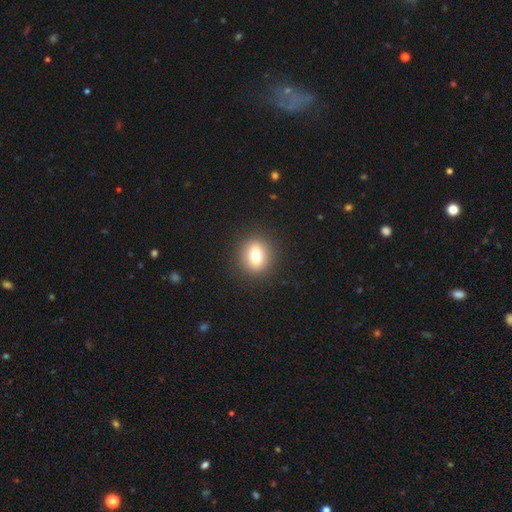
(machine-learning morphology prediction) Smooth or featured?
  - smooth: 73% *
  - featured or disk: 16%
  - star or artifact: 11%
How rounded?
  - round: 64% *
  - in between: 34%
  - cigar-shaped: 2%
Merging?
  - none: 90% *
  - minor disturbance: 6%
  - major disturbance: 2%
  - merger: 1%